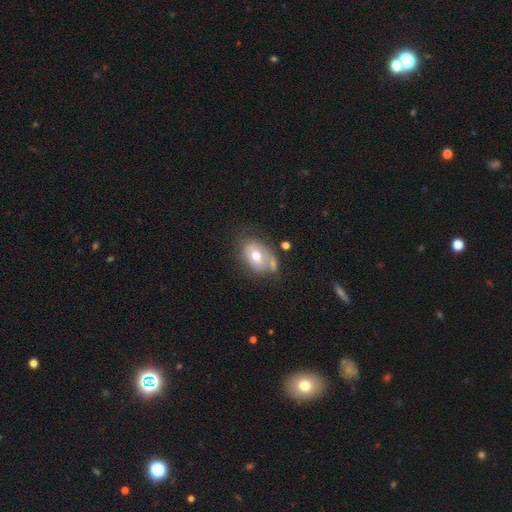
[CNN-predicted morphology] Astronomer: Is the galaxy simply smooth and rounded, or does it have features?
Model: featured or disk — 47% (runner-up: smooth, 41%).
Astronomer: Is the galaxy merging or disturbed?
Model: none — 52%.